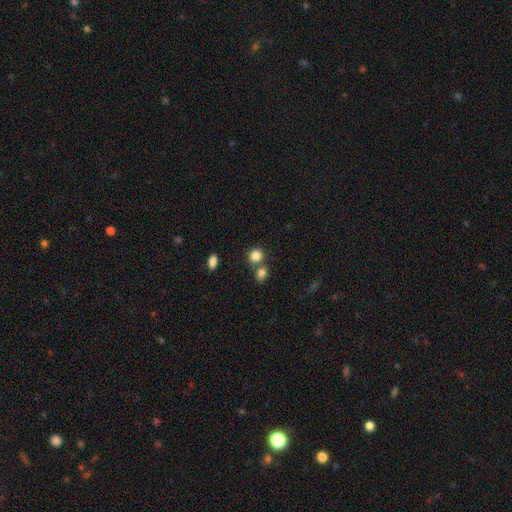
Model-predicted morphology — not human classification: Smooth or featured: smooth — 85% (star or artifact — 10%)
How rounded: round — 80% (in between — 19%)
Merging: none — 62% (merger — 26%)